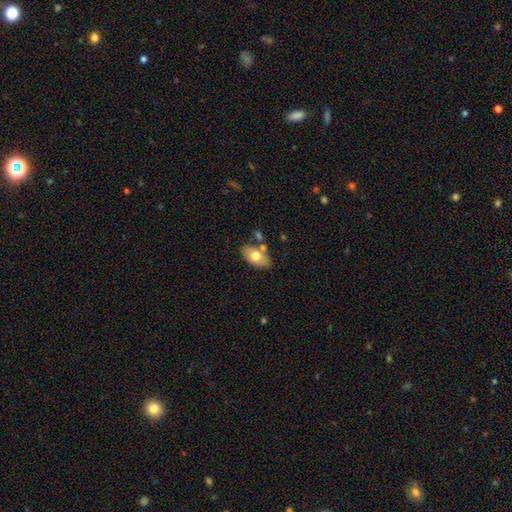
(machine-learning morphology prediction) Smooth or featured?
  - smooth: 70% *
  - featured or disk: 24%
  - star or artifact: 7%
How rounded?
  - in between: 91% *
  - round: 7%
  - cigar-shaped: 2%
Merging?
  - none: 67% *
  - minor disturbance: 15%
  - merger: 14%
  - major disturbance: 4%